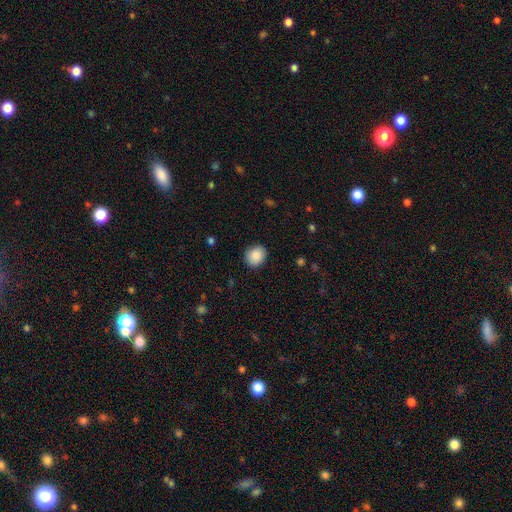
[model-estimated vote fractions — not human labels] Smooth or featured? Predicted: smooth (p=0.87). How rounded? Predicted: round (p=0.65). Merging? Predicted: none (p=0.87).